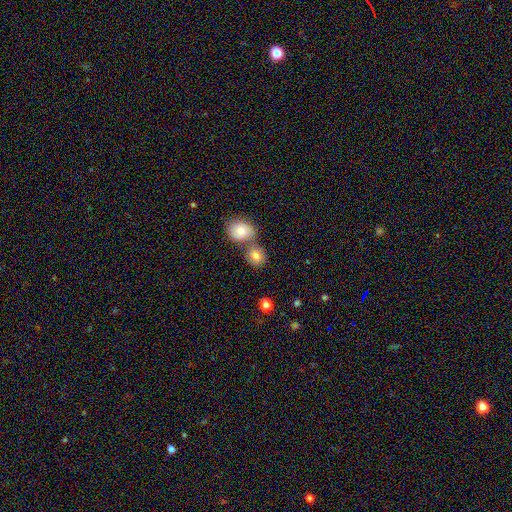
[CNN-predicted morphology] The model was most divided on "merging": none: 47%, merger: 42%, minor disturbance: 8%, major disturbance: 3%. More confident: smooth or featured — smooth (80%); how rounded — round (74%).